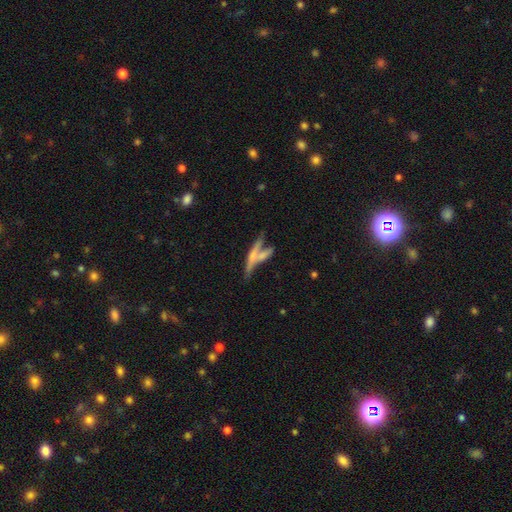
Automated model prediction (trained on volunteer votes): A featured or disk galaxy (46%). Merging: merger (50%).